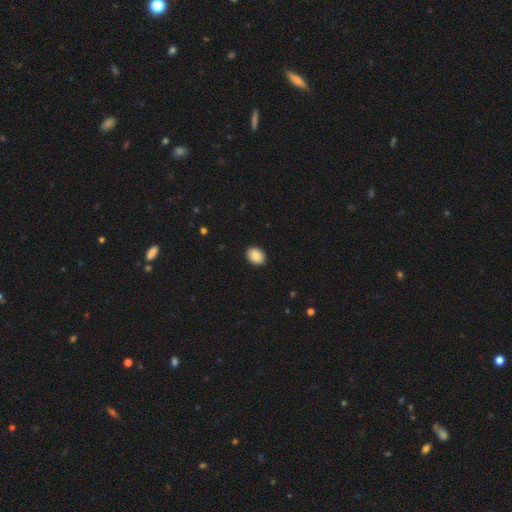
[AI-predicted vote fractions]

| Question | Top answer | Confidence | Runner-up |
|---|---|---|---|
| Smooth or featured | smooth | 89% | star or artifact (7%) |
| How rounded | in between | 69% | round (30%) |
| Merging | none | 91% | minor disturbance (6%) |